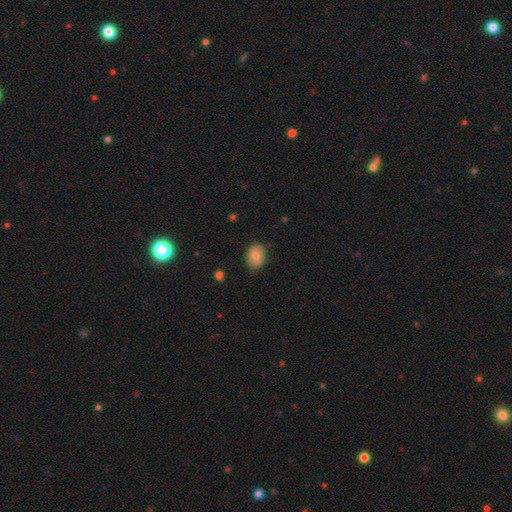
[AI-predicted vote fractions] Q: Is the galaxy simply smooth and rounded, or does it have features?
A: smooth — 68%.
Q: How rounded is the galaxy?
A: in between — 68%.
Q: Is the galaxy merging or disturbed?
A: none — 81%.